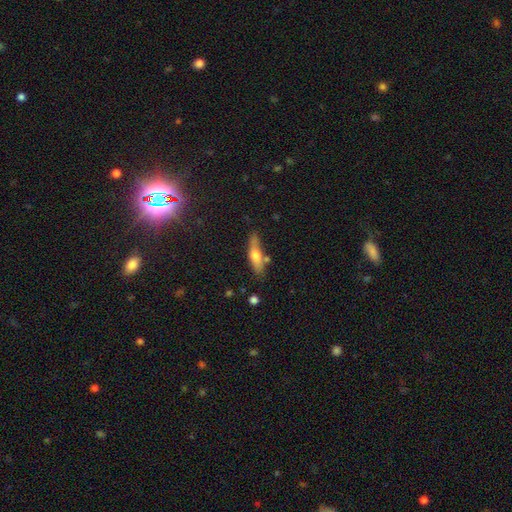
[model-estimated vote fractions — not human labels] smooth_or_featured: smooth (p=0.56) [alt: featured or disk p=0.38]
how_rounded: cigar-shaped (p=0.63) [alt: in between p=0.34]
merging: none (p=0.71) [alt: minor disturbance p=0.18]